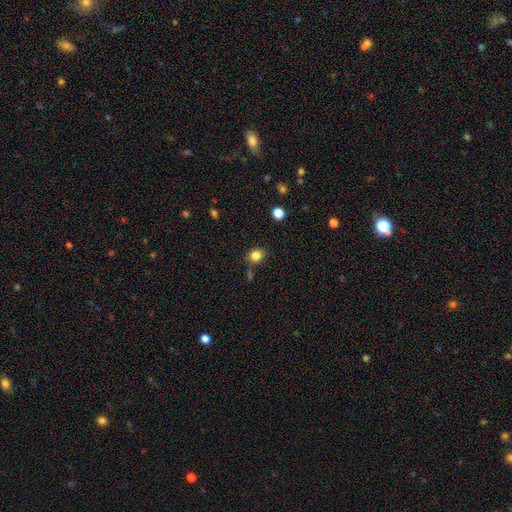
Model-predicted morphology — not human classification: Smooth or featured? smooth (84%)
How rounded? round (71%)
Merging? none (77%)